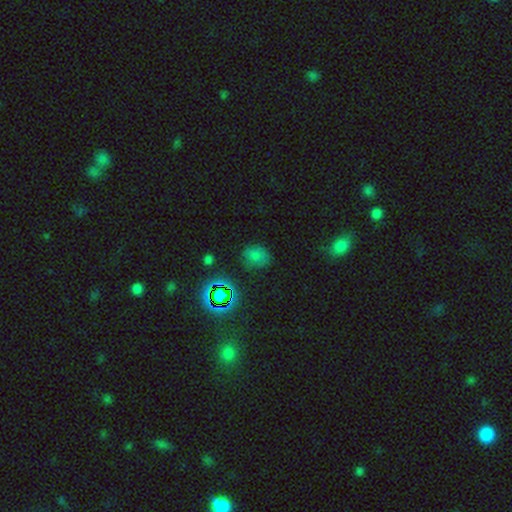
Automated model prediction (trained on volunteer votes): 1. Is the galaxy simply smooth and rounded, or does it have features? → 63% smooth, 28% star or artifact, 9% featured or disk.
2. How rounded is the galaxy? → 61% round, 38% in between, 1% cigar-shaped.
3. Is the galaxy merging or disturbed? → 73% none, 19% minor disturbance, 6% major disturbance, 3% merger.